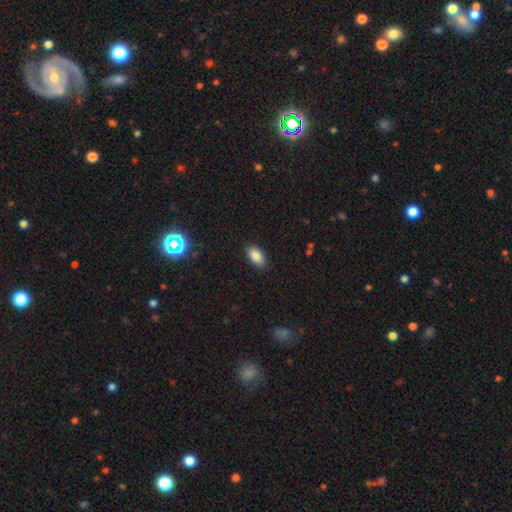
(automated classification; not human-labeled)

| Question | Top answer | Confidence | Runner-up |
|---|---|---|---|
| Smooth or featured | smooth | 87% | star or artifact (9%) |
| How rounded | in between | 93% | round (4%) |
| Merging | none | 88% | minor disturbance (9%) |